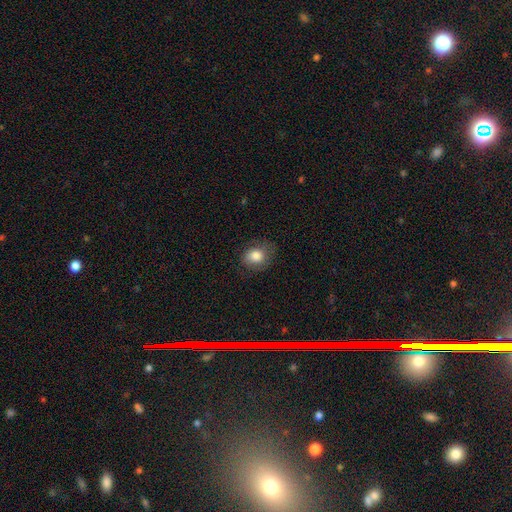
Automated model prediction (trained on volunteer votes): A smooth galaxy with no disk features (81%) that is round (51%). Merging: none (69%).